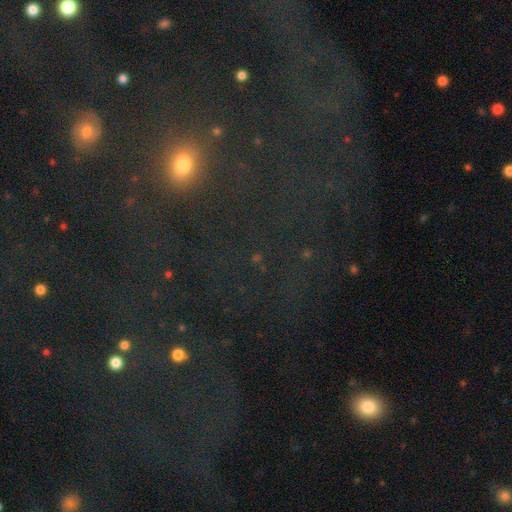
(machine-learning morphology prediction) smooth_or_featured: star or artifact (p=0.56) [alt: smooth p=0.30]